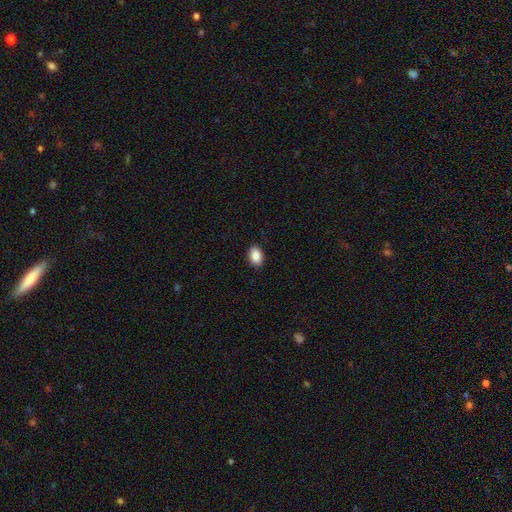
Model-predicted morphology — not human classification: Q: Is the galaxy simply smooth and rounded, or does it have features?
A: smooth — 89%.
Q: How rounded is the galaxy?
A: in between — 84%.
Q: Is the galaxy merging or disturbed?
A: none — 88%.